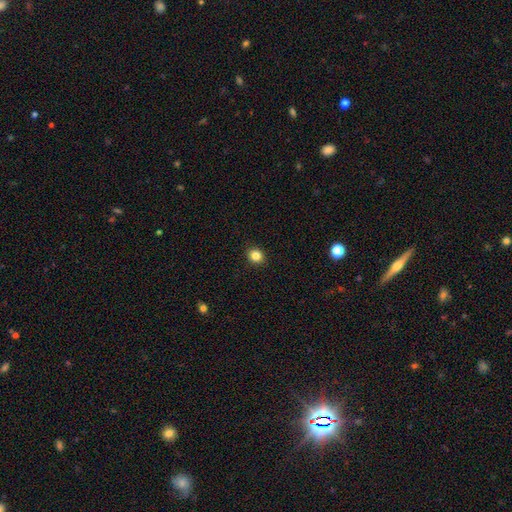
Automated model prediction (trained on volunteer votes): A smooth galaxy with no disk features (84%) that is round (77%). Merging: none (92%).